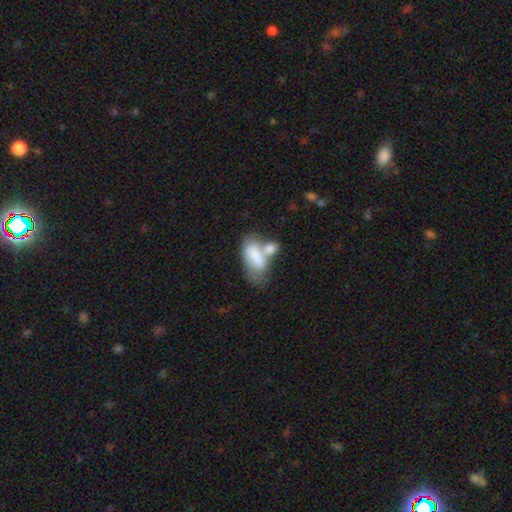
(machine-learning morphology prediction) The model was most divided on "merging": merger: 60%, none: 16%, major disturbance: 12%, minor disturbance: 12%. More confident: how rounded — in between (87%); smooth or featured — smooth (70%).